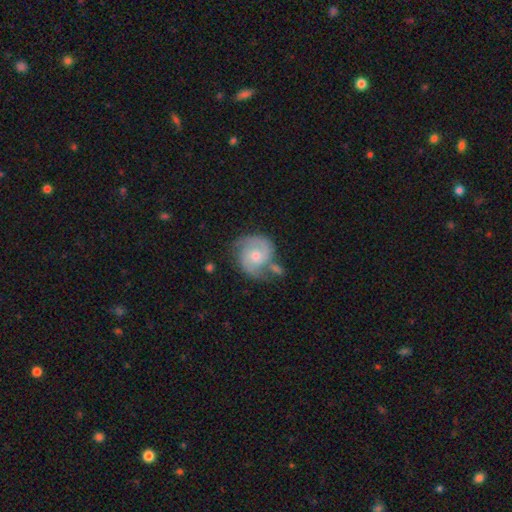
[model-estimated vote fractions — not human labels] A featured or disk galaxy (78%) with no bar (68%), 2 (80%) medium (44%) spiral arms (94%) and a moderate central bulge (59%).

Vote fractions:
- Smooth or featured? featured or disk: 78% / smooth: 16% / star or artifact: 6%
- Edge-on disk? no: 98% / yes: 2%
- Bar? no: 68% / weak: 28% / strong: 4%
- Spiral arms? yes: 94% / no: 6%
- Spiral winding? medium: 44% / tight: 42% / loose: 14%
- Spiral arm count? 2: 80% / can't tell: 9% / 3: 5% / 1: 3% / 4: 2% / more than 4: 1%
- Bulge size? moderate: 59% / small: 36% / large: 3% / none: 2% / dominant: 1%
- Merging? none: 55% / minor disturbance: 21% / merger: 14% / major disturbance: 9%